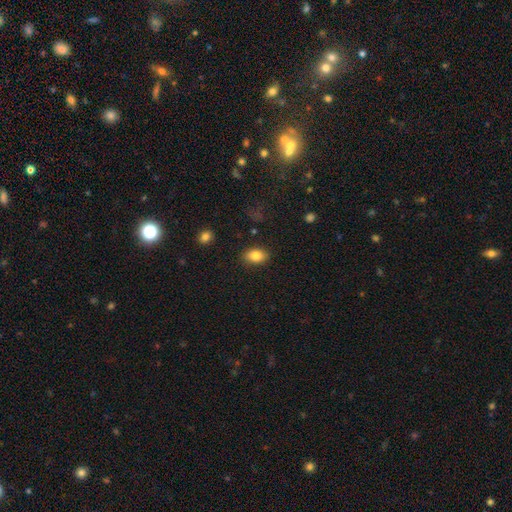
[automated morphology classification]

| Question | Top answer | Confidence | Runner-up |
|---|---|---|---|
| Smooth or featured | smooth | 83% | featured or disk (9%) |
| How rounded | in between | 87% | round (11%) |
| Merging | none | 87% | minor disturbance (9%) |